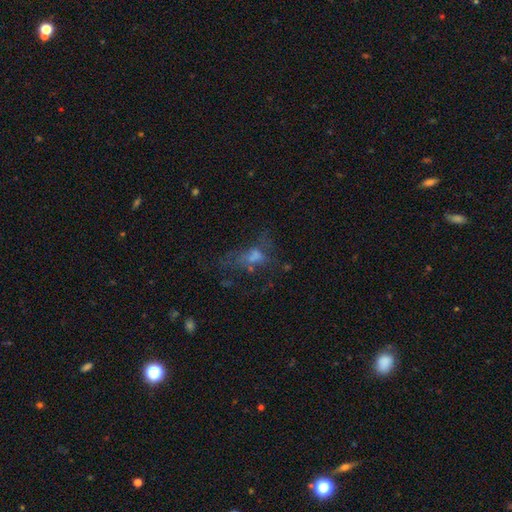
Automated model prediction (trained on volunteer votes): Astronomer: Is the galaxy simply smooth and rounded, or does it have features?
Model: featured or disk — 41% (runner-up: smooth, 35%).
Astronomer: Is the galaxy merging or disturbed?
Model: none — 38% (runner-up: major disturbance, 36%).